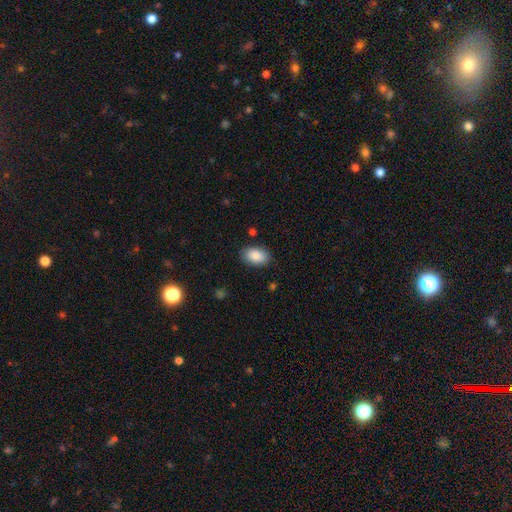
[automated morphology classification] smooth-or-featured: smooth: 87% | star or artifact: 7% | featured or disk: 6%
  how-rounded: in between: 91% | round: 8% | cigar-shaped: 1%
  merging: none: 85% | minor disturbance: 11% | major disturbance: 3% | merger: 1%